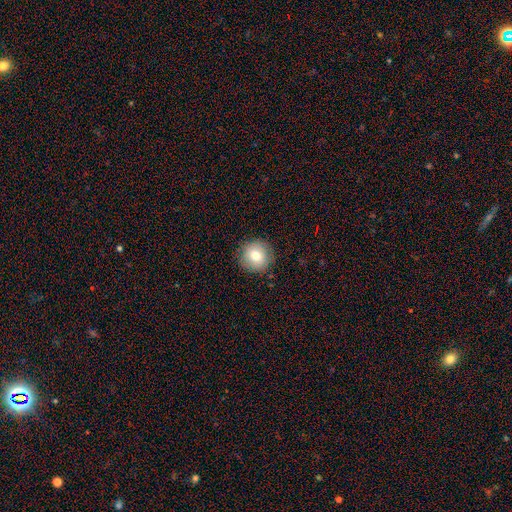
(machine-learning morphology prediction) Smooth or featured: smooth — 76% (featured or disk — 15%)
How rounded: round — 94% (in between — 5%)
Merging: none — 88% (minor disturbance — 9%)